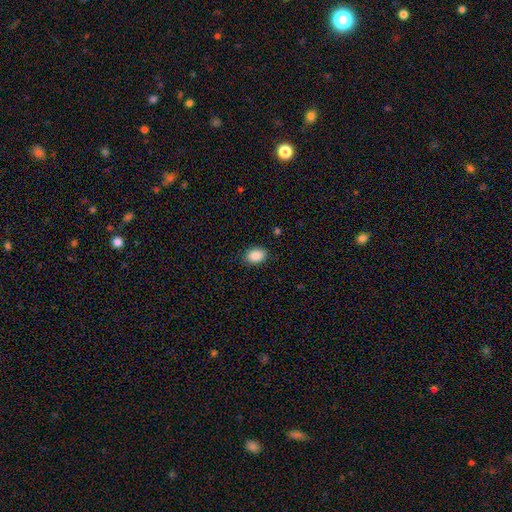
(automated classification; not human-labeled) Smooth or featured? smooth (89%)
How rounded? in between (83%)
Merging? none (86%)